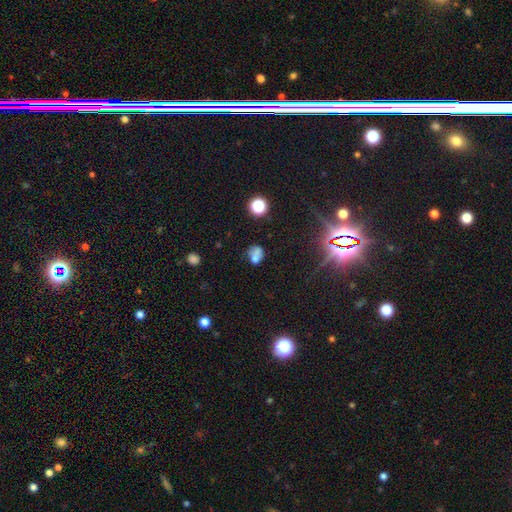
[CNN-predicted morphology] This appears to be a smooth galaxy with no disk features (62%) that is in between round and cigar-shaped (50%). Merging: none (39%).